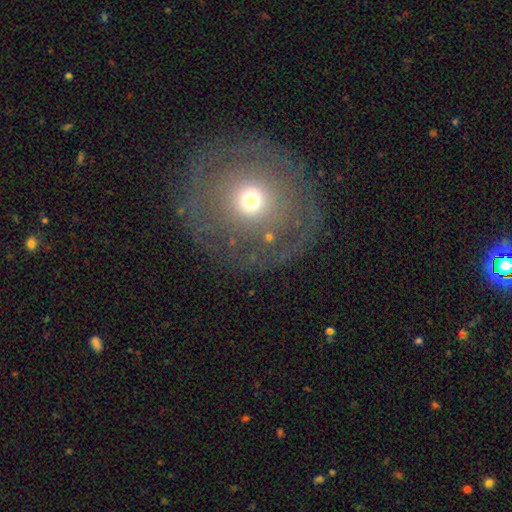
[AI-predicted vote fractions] A smooth galaxy with no disk features (45%).

Vote fractions:
- Smooth or featured? smooth: 45% / featured or disk: 41% / star or artifact: 14%
- Merging? none: 82% / minor disturbance: 11% / major disturbance: 6% / merger: 1%